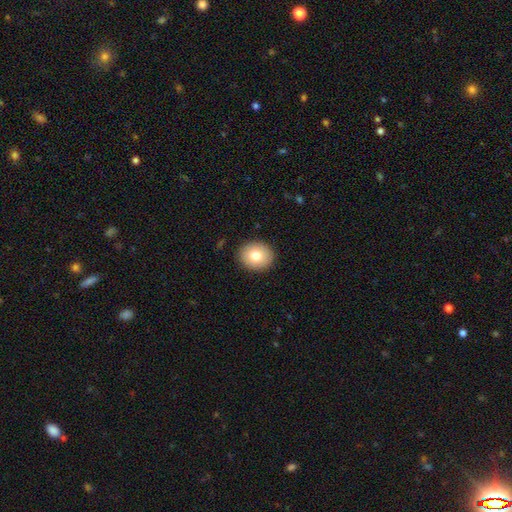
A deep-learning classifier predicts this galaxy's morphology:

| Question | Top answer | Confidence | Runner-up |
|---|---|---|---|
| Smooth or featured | smooth | 78% | featured or disk (13%) |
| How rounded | round | 68% | in between (31%) |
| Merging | none | 90% | minor disturbance (7%) |